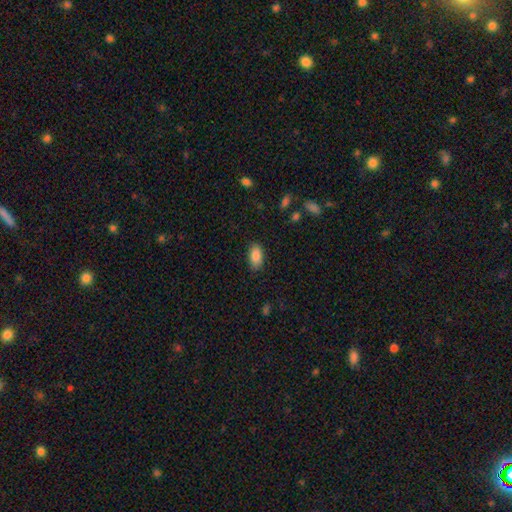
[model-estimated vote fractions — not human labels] Smooth or featured? smooth (88%)
How rounded? in between (92%)
Merging? none (86%)